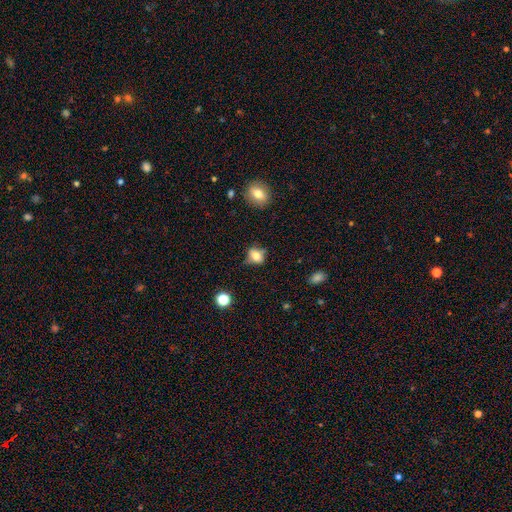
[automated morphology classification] Overall: smooth (69%). How rounded: round (52%; in between 45%). Merging: none (63%; minor disturbance 26%).